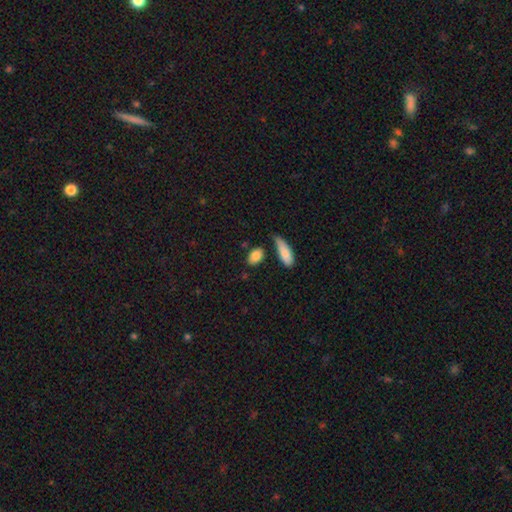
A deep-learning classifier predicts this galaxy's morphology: type=smooth (84%); roundness=in between (87%); merging=none (67%).